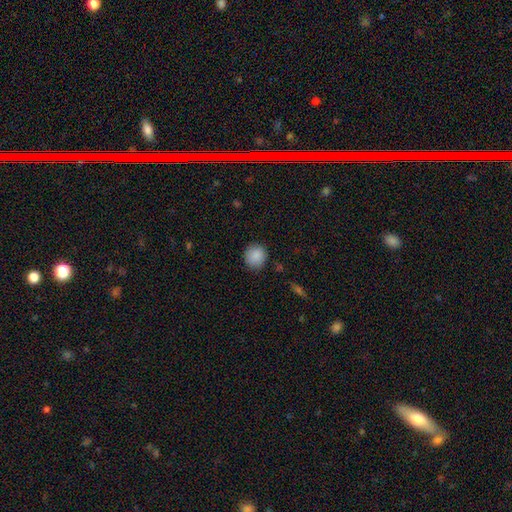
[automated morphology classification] Smooth or featured? Predicted: smooth (p=0.89). How rounded? Predicted: round (p=0.86). Merging? Predicted: none (p=0.86).